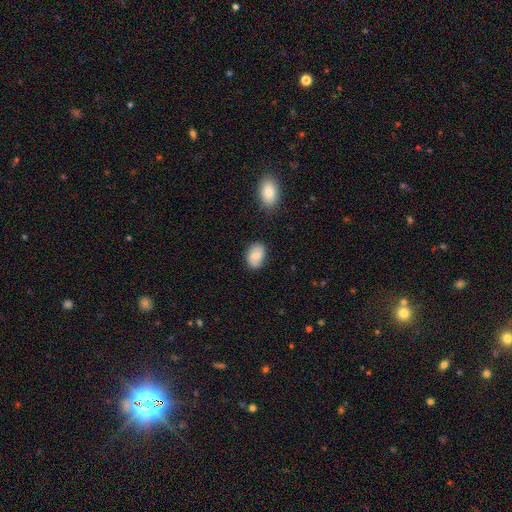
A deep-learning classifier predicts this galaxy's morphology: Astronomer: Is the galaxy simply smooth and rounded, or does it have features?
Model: smooth — 72%.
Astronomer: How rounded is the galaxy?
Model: in between — 83%.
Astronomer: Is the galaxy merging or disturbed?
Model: none — 79%.